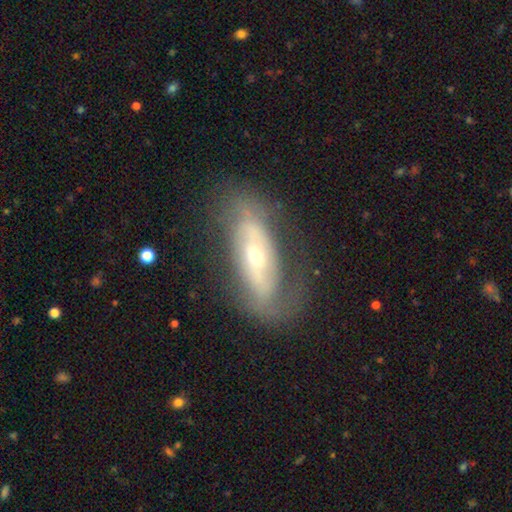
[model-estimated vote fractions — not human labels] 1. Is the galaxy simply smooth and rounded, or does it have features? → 69% featured or disk, 23% smooth, 7% star or artifact.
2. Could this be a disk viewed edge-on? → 82% no, 18% yes.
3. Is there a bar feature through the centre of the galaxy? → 63% no, 20% weak, 17% strong.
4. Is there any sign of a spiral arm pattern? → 58% yes, 42% no.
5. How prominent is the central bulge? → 60% small, 36% moderate, 2% large, 1% dominant, 1% none.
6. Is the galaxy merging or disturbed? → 63% none, 20% minor disturbance, 15% major disturbance, 2% merger.